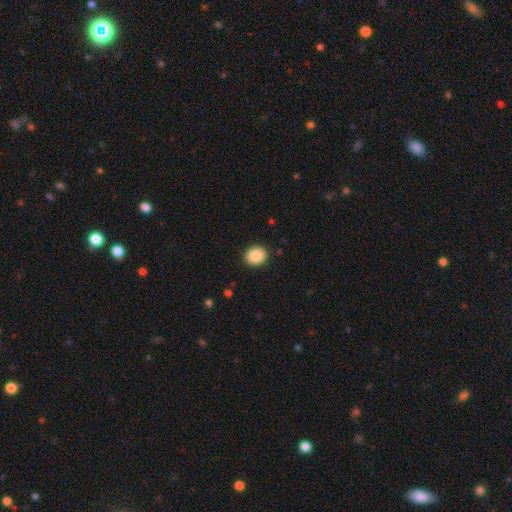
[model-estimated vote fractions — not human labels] Smooth or featured? smooth (88%)
How rounded? round (60%)
Merging? none (90%)